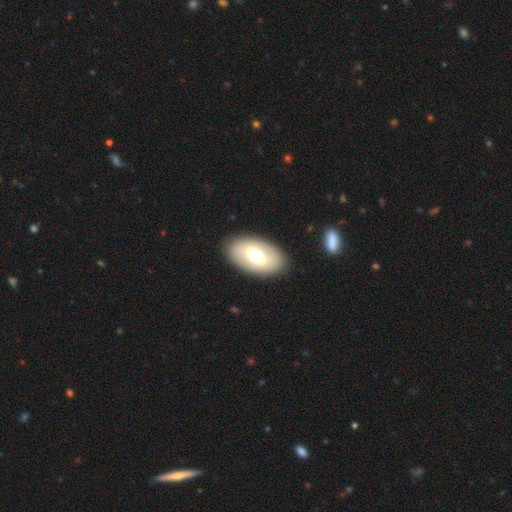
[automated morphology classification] smooth_or_featured: smooth (p=0.54) [alt: featured or disk p=0.40]
how_rounded: in between (p=0.92) [alt: round p=0.06]
merging: none (p=0.88) [alt: minor disturbance p=0.08]